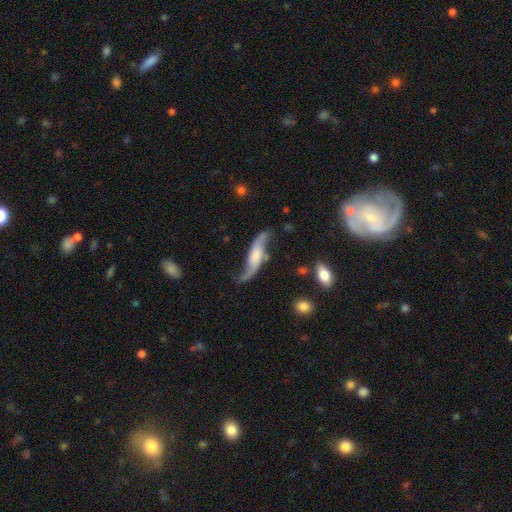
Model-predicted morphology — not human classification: Q: Smooth or featured?
A: featured or disk (81%); runner-up: smooth (14%)
Q: Edge-on disk?
A: no (82%); runner-up: yes (18%)
Q: Bar?
A: no (49%); runner-up: weak (35%)
Q: Spiral arms?
A: yes (95%); runner-up: no (5%)
Q: Spiral winding?
A: loose (89%); runner-up: medium (8%)
Q: Spiral arm count?
A: 2 (92%); runner-up: 1 (3%)
Q: Bulge size?
A: small (29%); tied with: moderate (29%)
Q: Merging?
A: none (63%); runner-up: minor disturbance (21%)